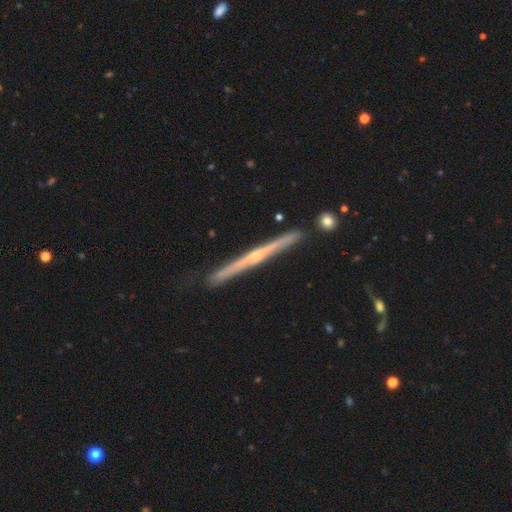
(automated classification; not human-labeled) This is likely a featured or disk galaxy (79%). It is clearly viewed edge-on (98%). Edge-on bulge: likely rounded (65%). Merging: clearly none (88%).